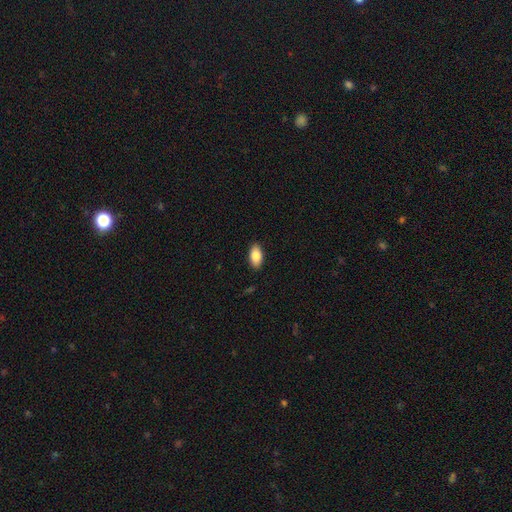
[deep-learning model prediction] smooth 86%, featured or disk 8%, star or artifact 7%. Down the decision tree: how rounded — in between (93%); merging — none (89%).